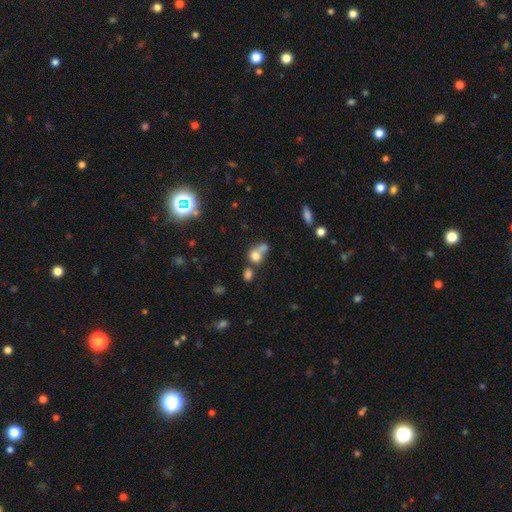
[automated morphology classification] Overall: smooth (71%). How rounded: round (64%; in between 34%). Merging: merger (55%; none 27%).